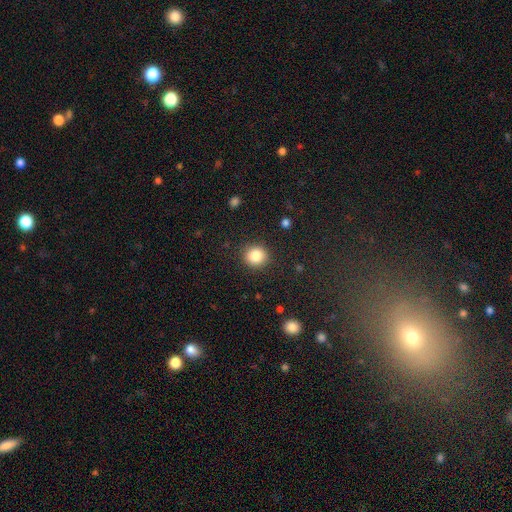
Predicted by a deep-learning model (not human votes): Smooth or featured? smooth (85%)
How rounded? round (89%)
Merging? none (90%)